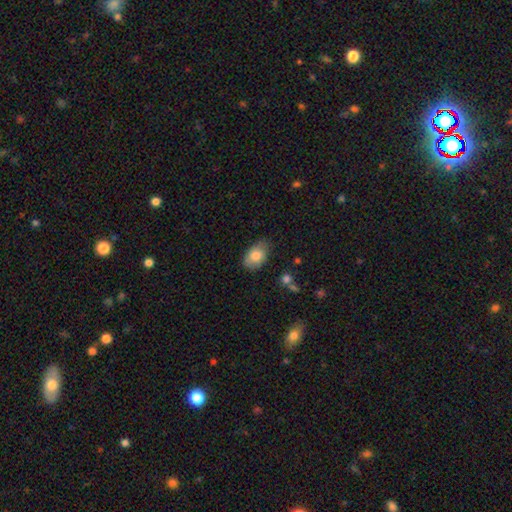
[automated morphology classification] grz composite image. It shows a smooth galaxy with no disk features (79%) that is in between round and cigar-shaped (88%). Merging: none (64%).